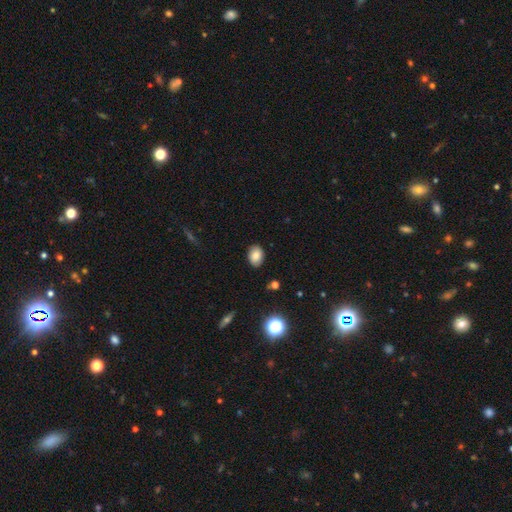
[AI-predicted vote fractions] Smooth or featured: smooth — 83% (star or artifact — 10%)
How rounded: in between — 79% (round — 20%)
Merging: none — 89% (minor disturbance — 8%)